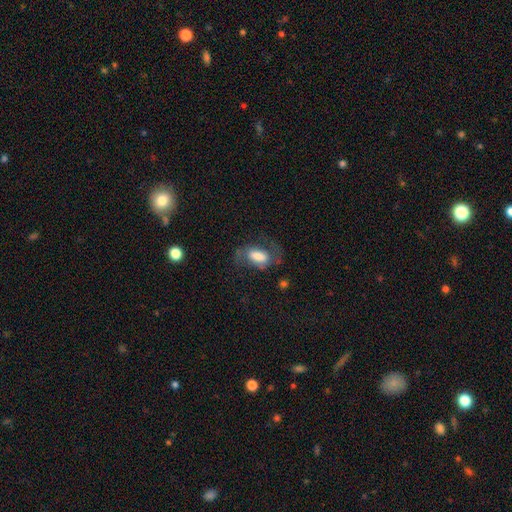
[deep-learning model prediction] Morphology: type=smooth (52%); roundness=in between (88%); merging=none (49%).